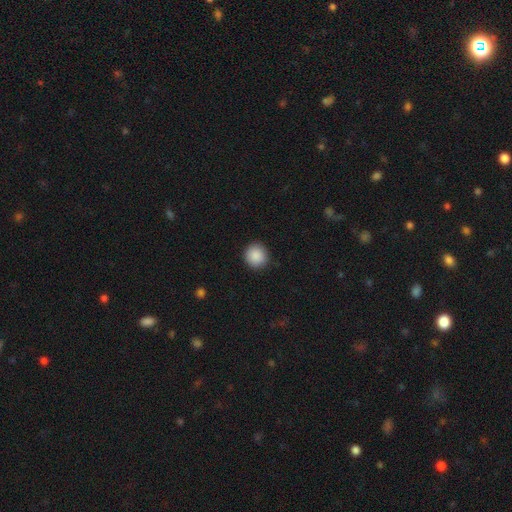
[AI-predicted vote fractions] Smooth or featured: smooth — 89% (star or artifact — 8%)
How rounded: round — 93% (in between — 6%)
Merging: none — 91% (minor disturbance — 6%)